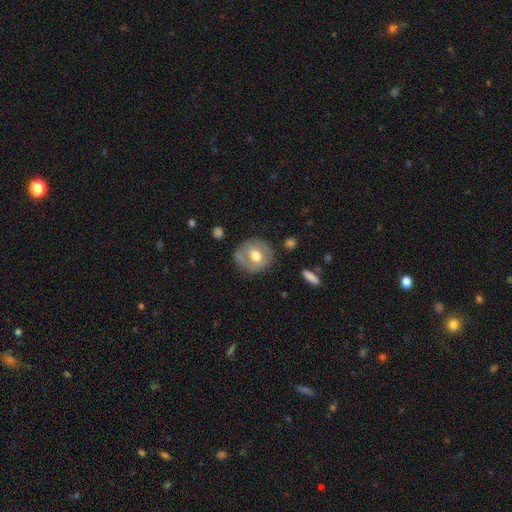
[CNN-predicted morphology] Smooth or featured?
  - smooth: 55% *
  - featured or disk: 38%
  - star or artifact: 7%
How rounded?
  - round: 81% *
  - in between: 18%
  - cigar-shaped: 1%
Merging?
  - none: 74% *
  - minor disturbance: 17%
  - major disturbance: 6%
  - merger: 3%